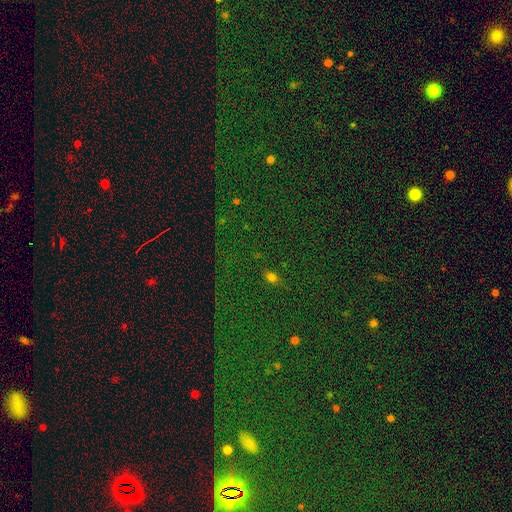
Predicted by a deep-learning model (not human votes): smooth-or-featured: star or artifact: 79% | smooth: 12% | featured or disk: 9%